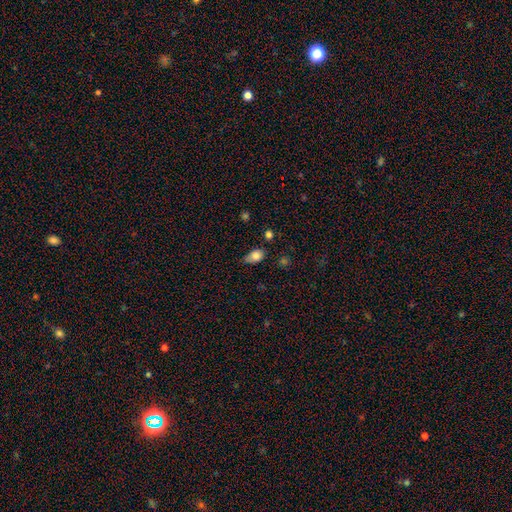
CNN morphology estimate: smooth_or_featured: smooth (p=0.81) [alt: featured or disk p=0.10]
how_rounded: in between (p=0.80) [alt: round p=0.18]
merging: none (p=0.50) [alt: minor disturbance p=0.39]